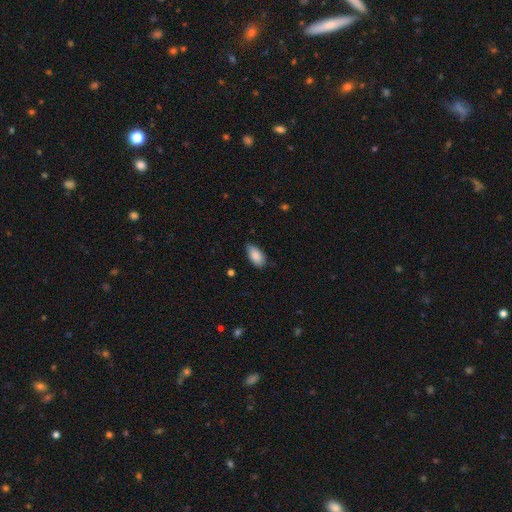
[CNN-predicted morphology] A smooth galaxy with no disk features (88%) that is in between round and cigar-shaped (93%).

Vote fractions:
- Smooth or featured? smooth: 88% / star or artifact: 6% / featured or disk: 5%
- How rounded? in between: 93% / cigar-shaped: 4% / round: 3%
- Merging? none: 72% / minor disturbance: 24% / major disturbance: 3% / merger: 1%